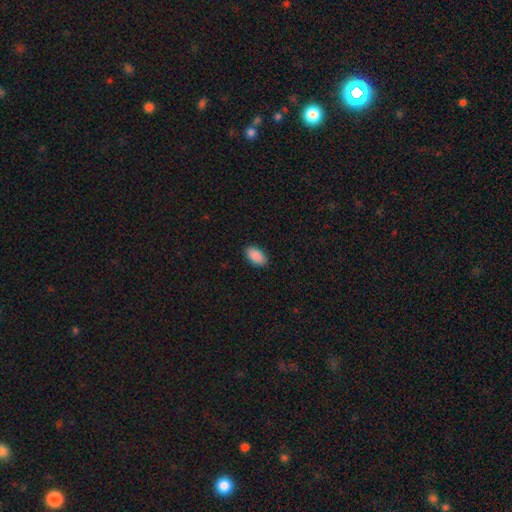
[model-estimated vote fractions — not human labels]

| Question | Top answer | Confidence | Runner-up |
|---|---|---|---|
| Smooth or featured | smooth | 91% | star or artifact (7%) |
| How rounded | in between | 95% | round (3%) |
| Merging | none | 89% | minor disturbance (8%) |